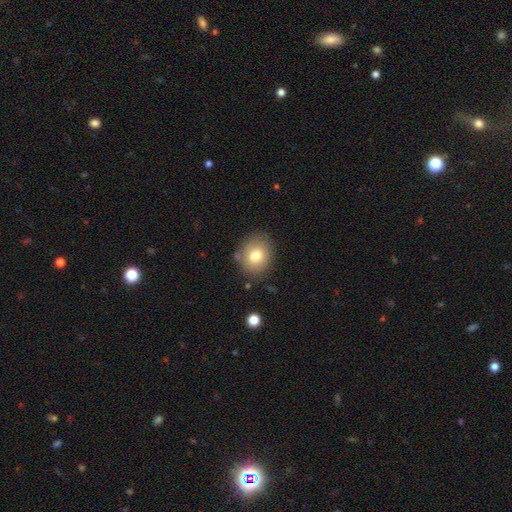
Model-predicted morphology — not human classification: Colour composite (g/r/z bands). It shows a smooth galaxy with no disk features (77%) that is round (59%). Merging: none (79%).